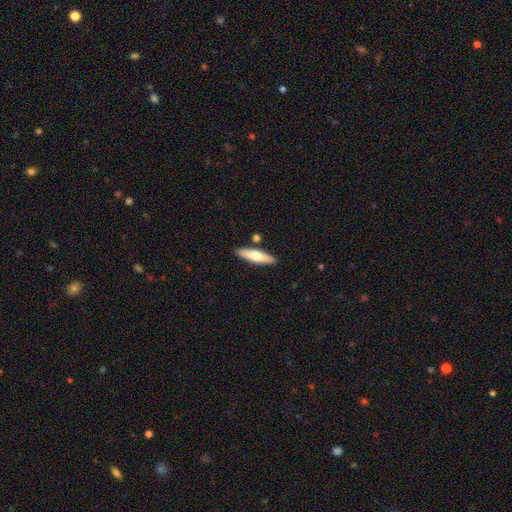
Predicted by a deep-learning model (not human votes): smooth_or_featured: smooth (p=0.60) [alt: featured or disk p=0.34]
how_rounded: cigar-shaped (p=0.70) [alt: in between p=0.28]
merging: none (p=0.85) [alt: minor disturbance p=0.08]